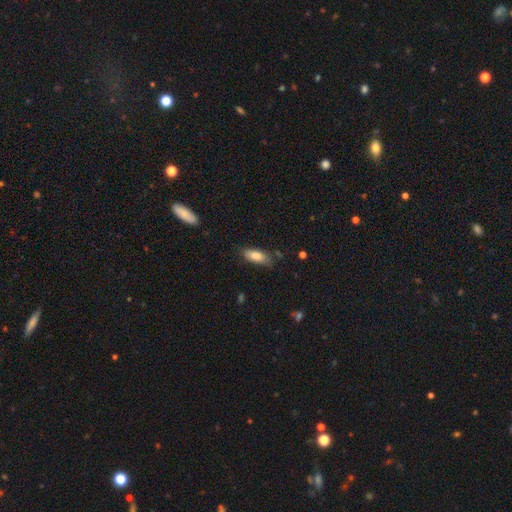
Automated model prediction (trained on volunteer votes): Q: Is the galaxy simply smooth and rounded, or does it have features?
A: smooth — 82%.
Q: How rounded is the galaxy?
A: in between — 75%.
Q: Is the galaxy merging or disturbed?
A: none — 71%.